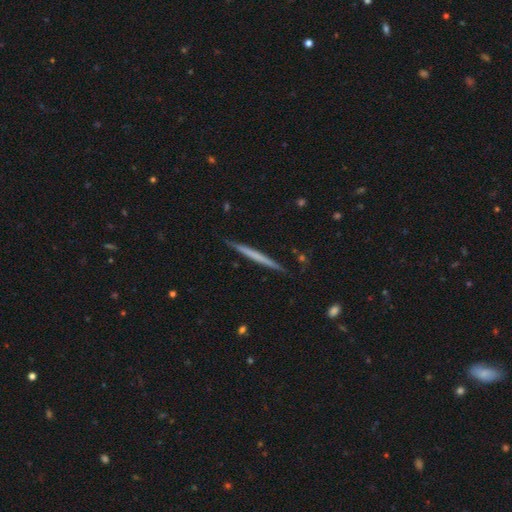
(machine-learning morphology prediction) Smooth or featured: featured or disk — 48% (smooth — 47%)
Merging: none — 90% (minor disturbance — 7%)